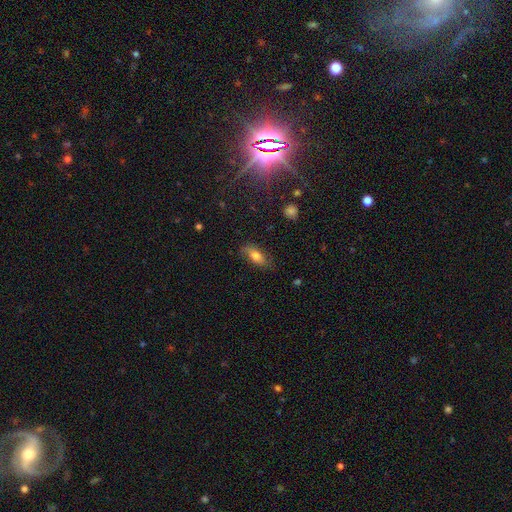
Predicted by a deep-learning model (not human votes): Overall: smooth (72%). How rounded: in between (79%). Merging: none (75%).